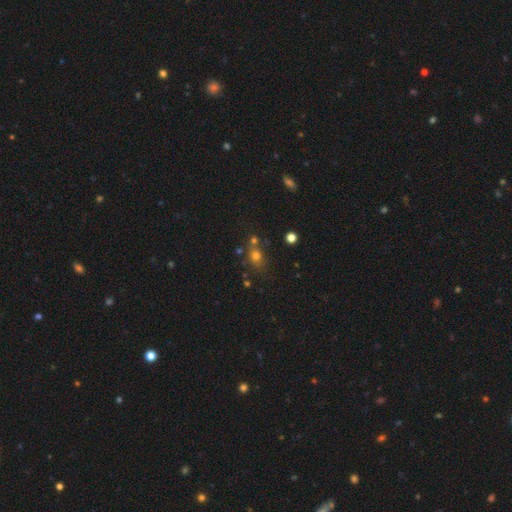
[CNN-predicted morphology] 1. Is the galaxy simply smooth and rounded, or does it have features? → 69% smooth, 19% star or artifact, 11% featured or disk.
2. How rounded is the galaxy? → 63% round, 35% in between, 2% cigar-shaped.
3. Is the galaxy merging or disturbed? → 57% none, 23% merger, 14% minor disturbance, 6% major disturbance.